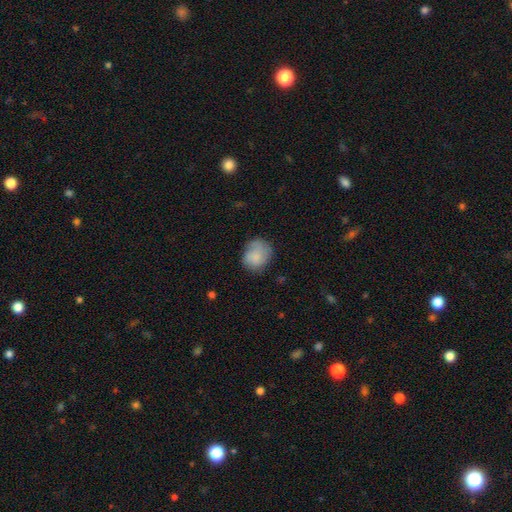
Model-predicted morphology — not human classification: The model was most divided on "how rounded": round: 60%, in between: 39%, cigar-shaped: 1%. More confident: smooth or featured — smooth (76%); merging — none (61%).